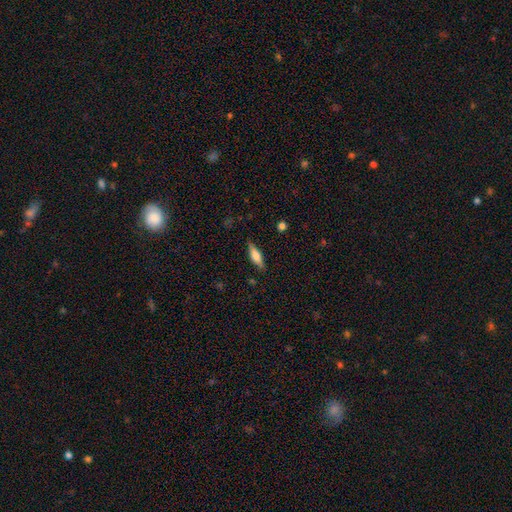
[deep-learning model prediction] smooth 61%, featured or disk 32%, star or artifact 6%. Down the decision tree: how rounded — cigar-shaped (49%, tied with in between); merging — none (85%).